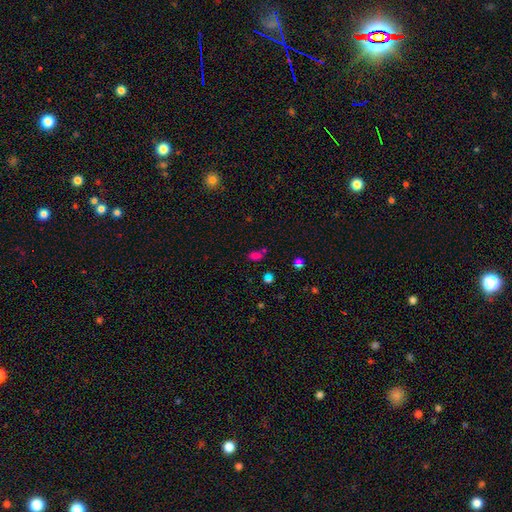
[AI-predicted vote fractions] Overall: smooth (60%; star or artifact 32%). How rounded: in between (77%). Merging: none (60%).